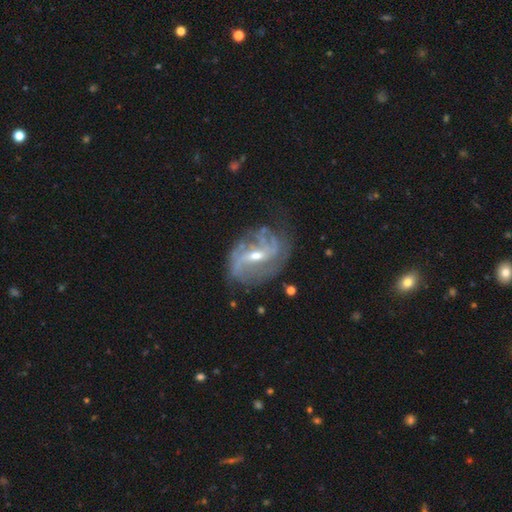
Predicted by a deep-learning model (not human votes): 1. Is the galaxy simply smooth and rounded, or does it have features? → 85% featured or disk, 8% smooth, 7% star or artifact.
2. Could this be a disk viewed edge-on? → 96% no, 4% yes.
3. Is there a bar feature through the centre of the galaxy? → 50% weak, 31% strong, 18% no.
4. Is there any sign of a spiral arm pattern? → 91% yes, 9% no.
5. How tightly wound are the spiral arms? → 41% medium, 30% loose, 29% tight.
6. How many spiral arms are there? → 49% 2, 24% can't tell, 13% 3, 5% 1, 5% 4, 4% more than 4.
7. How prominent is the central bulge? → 53% moderate, 42% small, 2% large, 2% none, 1% dominant.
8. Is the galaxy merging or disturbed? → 60% none, 23% minor disturbance, 15% major disturbance, 3% merger.